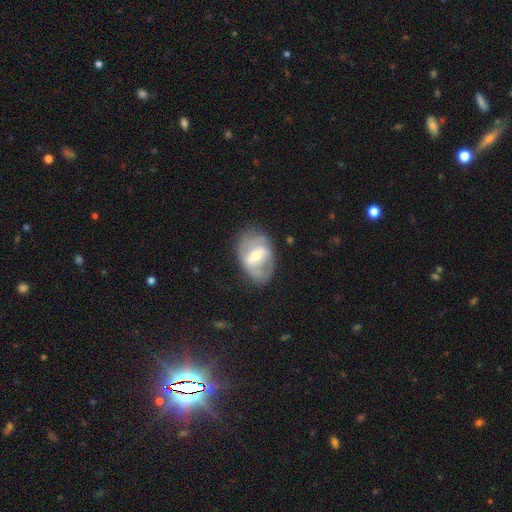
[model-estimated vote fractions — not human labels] This is likely a featured or disk galaxy (72%). It is clearly not viewed edge-on (96%). Bar: possibly weak (46%). Spiral arm pattern: likely yes (79%). Spiral arm count: possibly 2 (53%). Spiral winding: marginally medium (43%). Central bulge: possibly moderate (48%). Merging: likely none (65%).